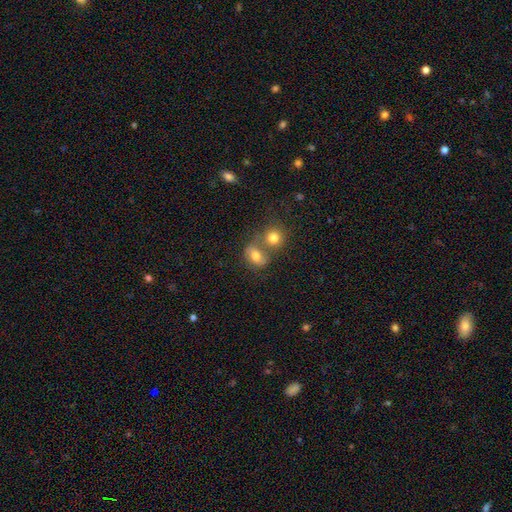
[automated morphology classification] type=smooth (67%); roundness=in between (57%); merging=merger (41%).